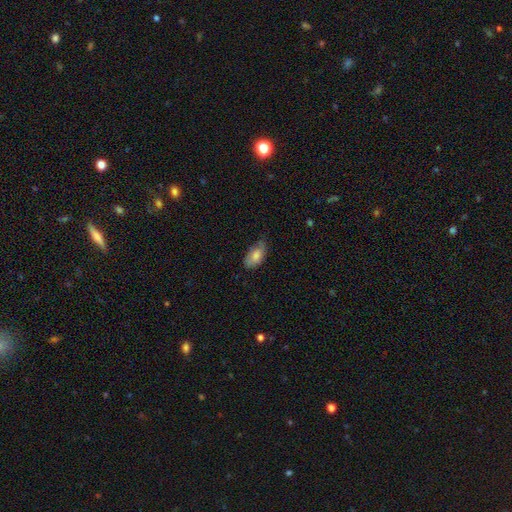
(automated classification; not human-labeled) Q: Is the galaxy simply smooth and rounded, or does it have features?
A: smooth — 76%.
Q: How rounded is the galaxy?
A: in between — 93%.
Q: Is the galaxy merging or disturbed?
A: none — 59%.